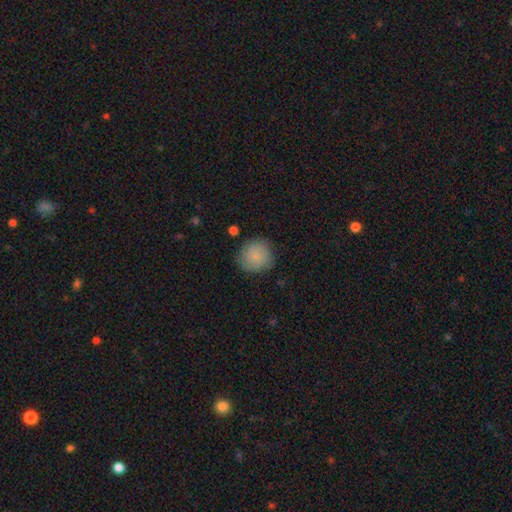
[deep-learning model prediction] A smooth galaxy with no disk features (80%) that is round (89%). Merging: none (78%).